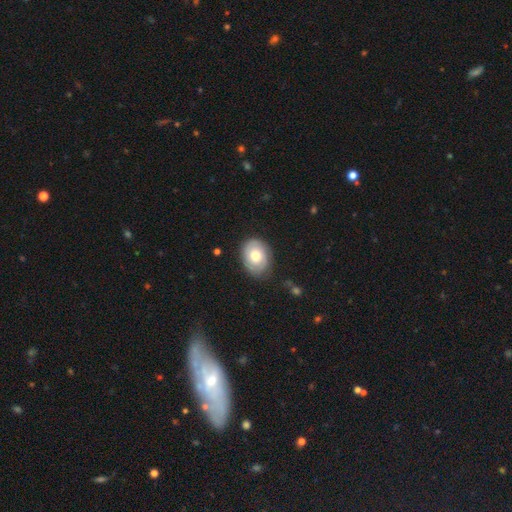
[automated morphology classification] Smooth or featured? Predicted: smooth (p=0.67). How rounded? Predicted: in between (p=0.65). Merging? Predicted: none (p=0.78).